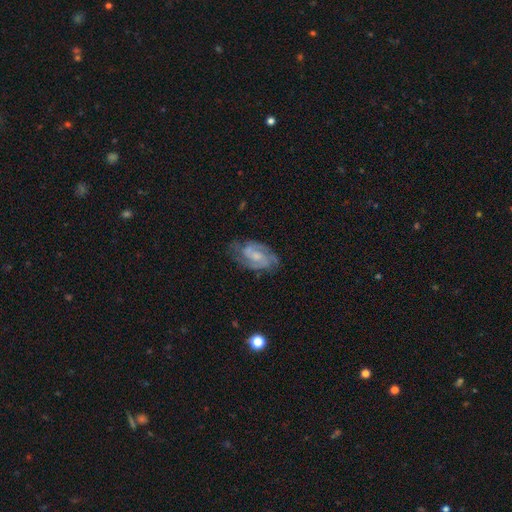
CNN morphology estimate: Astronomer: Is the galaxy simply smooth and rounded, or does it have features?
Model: featured or disk — 80%.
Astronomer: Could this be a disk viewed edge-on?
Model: no — 96%.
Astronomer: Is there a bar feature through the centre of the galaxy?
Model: no — 47% (runner-up: weak, 44%).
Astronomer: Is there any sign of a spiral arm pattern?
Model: yes — 93%.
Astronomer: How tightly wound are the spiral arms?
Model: medium — 47% (runner-up: tight, 40%).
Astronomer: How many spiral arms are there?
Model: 2 — 64%.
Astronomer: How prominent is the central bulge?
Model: small — 46% (runner-up: moderate, 37%).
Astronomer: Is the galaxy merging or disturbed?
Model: none — 68%.